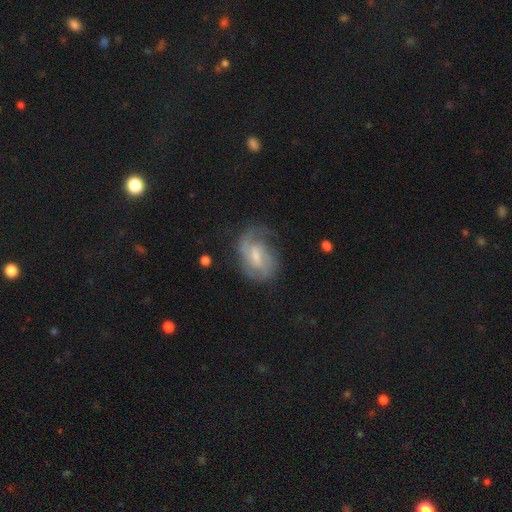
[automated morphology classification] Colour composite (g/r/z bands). It shows a featured or disk galaxy (76%) with a weak bar (59%), 2 (46%) medium (44%) spiral arms (91%) and a small central bulge (42%). Merging: none (58%).